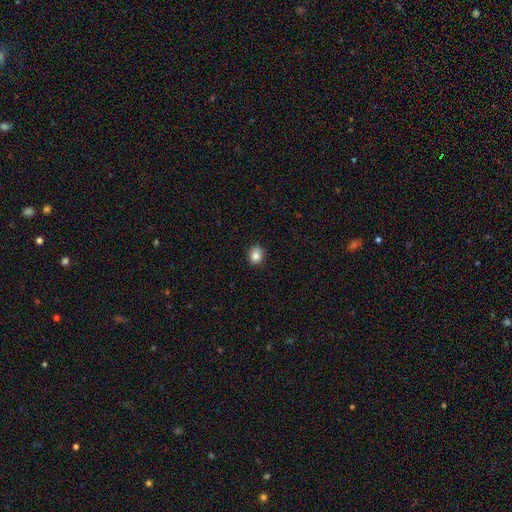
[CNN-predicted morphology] Smooth or featured: smooth — 84% (star or artifact — 10%)
How rounded: round — 61% (in between — 38%)
Merging: none — 88% (minor disturbance — 9%)